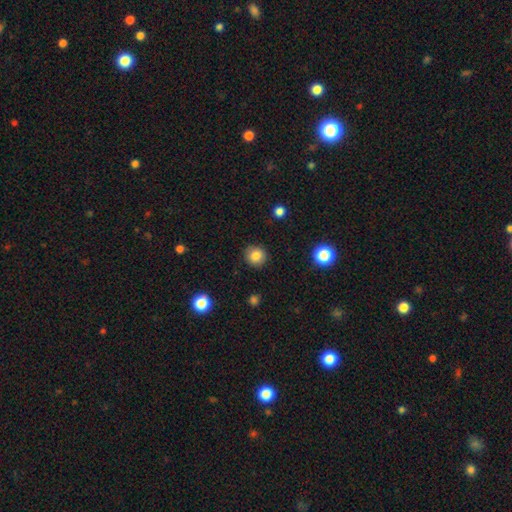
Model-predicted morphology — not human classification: This is clearly a smooth galaxy (83%). How rounded: clearly round (92%). Merging: clearly none (90%).